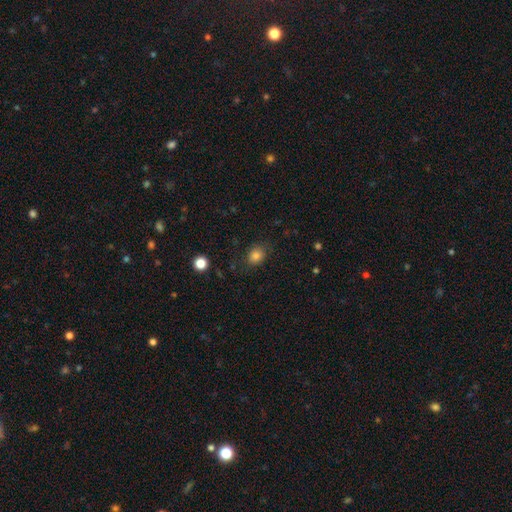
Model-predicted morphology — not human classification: A smooth galaxy with no disk features (82%) that is round (51%).

Vote fractions:
- Smooth or featured? smooth: 82% / star or artifact: 12% / featured or disk: 6%
- How rounded? round: 51% / in between: 48% / cigar-shaped: 1%
- Merging? none: 80% / minor disturbance: 14% / major disturbance: 4% / merger: 1%